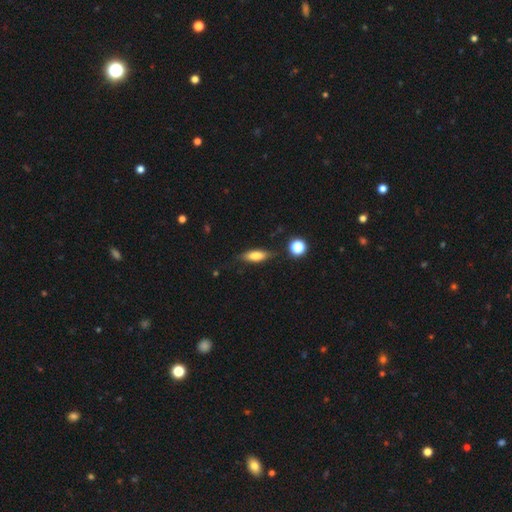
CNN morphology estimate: A smooth galaxy with no disk features (72%) that is in between round and cigar-shaped (61%).

Vote fractions:
- Smooth or featured? smooth: 72% / featured or disk: 19% / star or artifact: 8%
- How rounded? in between: 61% / cigar-shaped: 35% / round: 4%
- Merging? none: 75% / minor disturbance: 17% / major disturbance: 5% / merger: 3%